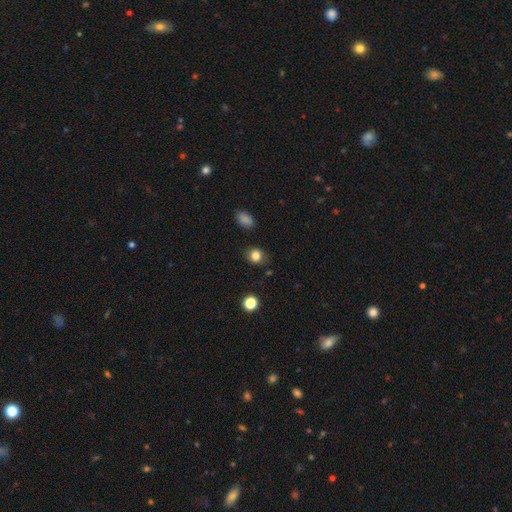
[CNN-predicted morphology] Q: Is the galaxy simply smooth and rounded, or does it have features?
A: smooth — 83%.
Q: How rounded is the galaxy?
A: round — 75%.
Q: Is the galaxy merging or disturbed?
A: none — 84%.